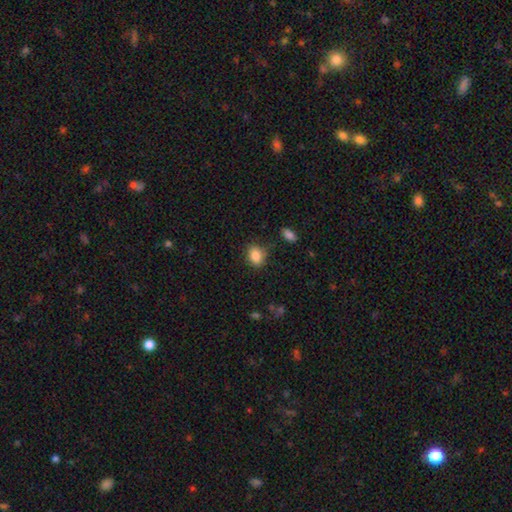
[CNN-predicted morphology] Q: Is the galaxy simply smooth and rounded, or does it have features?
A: smooth — 86%.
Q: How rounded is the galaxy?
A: in between — 61%.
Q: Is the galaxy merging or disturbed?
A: none — 78%.